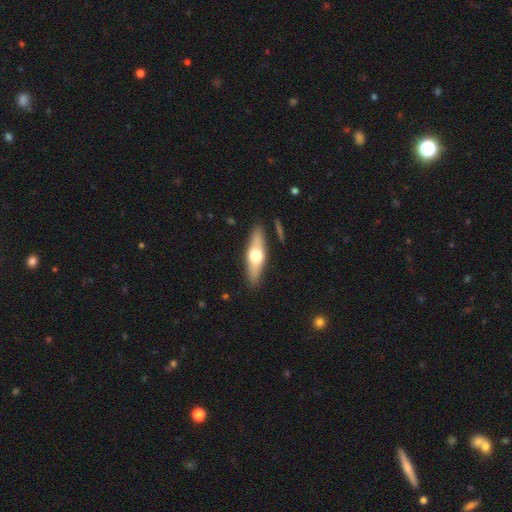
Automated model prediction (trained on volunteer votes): featured or disk 50%, smooth 44%, star or artifact 5%. Down the decision tree: edge-on disk — yes (88%); merging — none (87%).